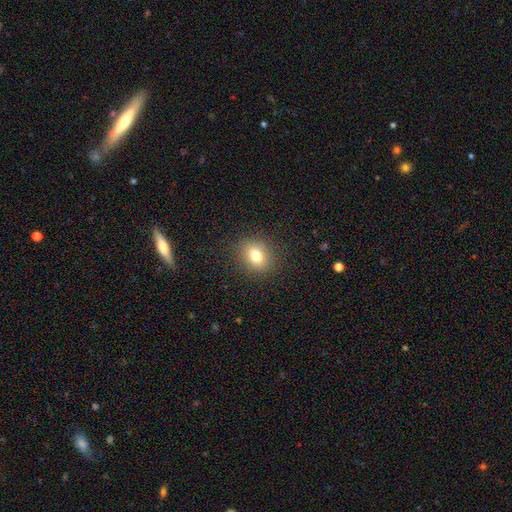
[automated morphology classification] Smooth or featured?
  - smooth: 77% *
  - star or artifact: 12%
  - featured or disk: 11%
How rounded?
  - round: 60% *
  - in between: 39%
  - cigar-shaped: 1%
Merging?
  - none: 89% *
  - minor disturbance: 7%
  - major disturbance: 3%
  - merger: 1%